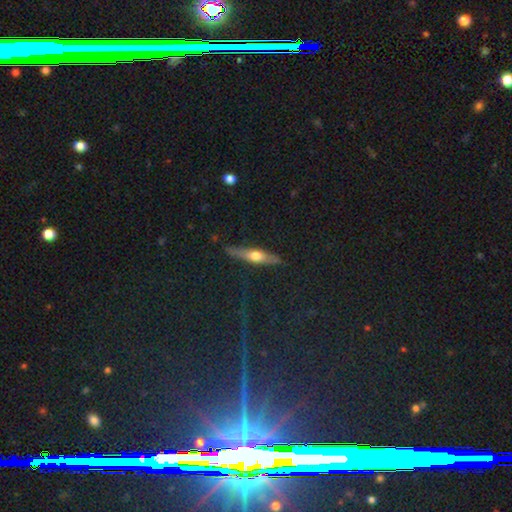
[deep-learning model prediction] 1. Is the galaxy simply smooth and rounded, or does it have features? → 53% featured or disk, 39% smooth, 8% star or artifact.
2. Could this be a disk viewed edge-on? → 89% yes, 11% no.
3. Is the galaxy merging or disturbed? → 84% none, 12% minor disturbance, 3% major disturbance, 1% merger.